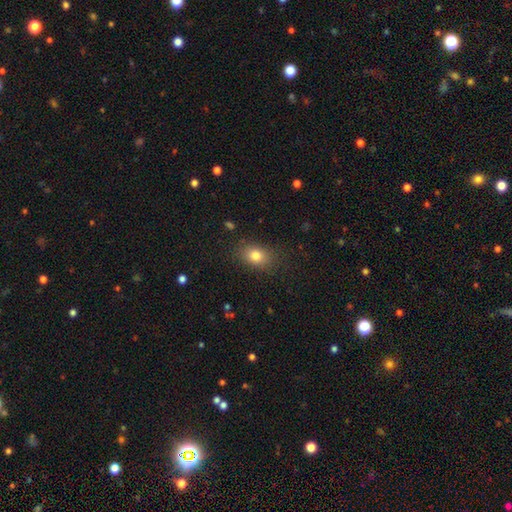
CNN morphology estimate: Overall: smooth (80%). How rounded: in between (71%). Merging: none (83%).